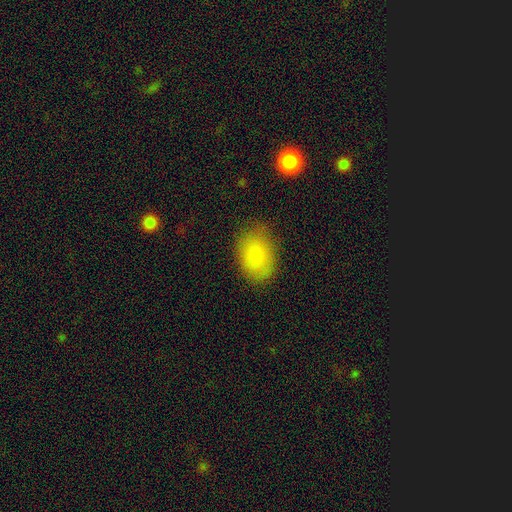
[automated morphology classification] This appears to be a smooth galaxy with no disk features (82%) that is in between round and cigar-shaped (77%). Merging: none (77%).